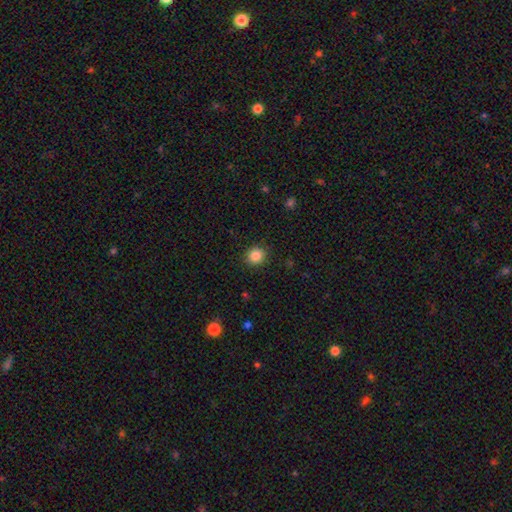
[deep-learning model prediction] The model was most divided on "how rounded": round: 84%, in between: 15%, cigar-shaped: 1%. More confident: merging — none (90%); smooth or featured — smooth (86%).